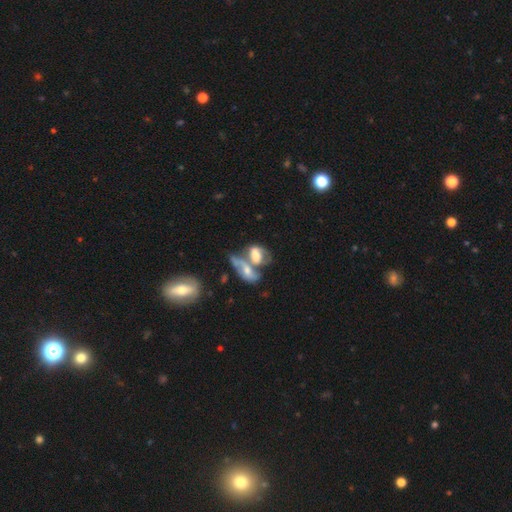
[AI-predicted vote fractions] This is possibly a smooth galaxy (46%). Merging: likely merger (69%).